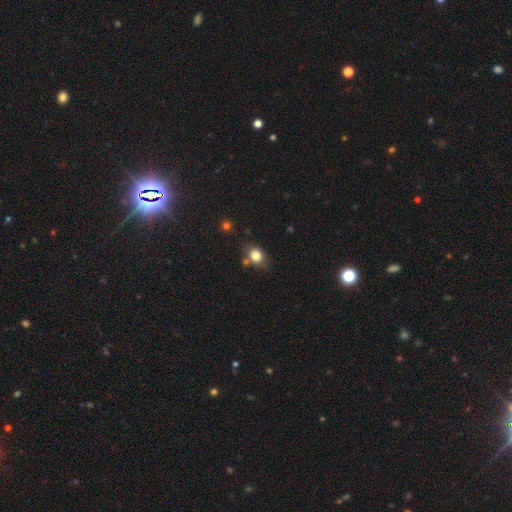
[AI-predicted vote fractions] Smooth or featured? Predicted: smooth (p=0.80). How rounded? Predicted: in between (p=0.51). Merging? Predicted: none (p=0.64).